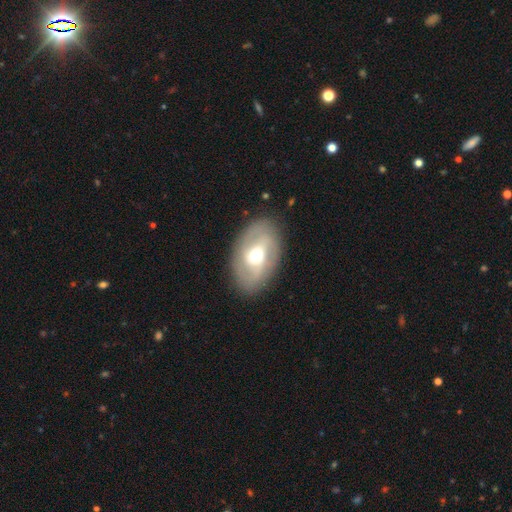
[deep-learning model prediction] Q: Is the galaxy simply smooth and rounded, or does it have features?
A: featured or disk — 62%.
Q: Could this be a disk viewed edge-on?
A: no — 93%.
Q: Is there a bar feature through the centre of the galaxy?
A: weak — 43%.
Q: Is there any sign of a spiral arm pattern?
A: yes — 62%.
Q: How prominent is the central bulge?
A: moderate — 63%.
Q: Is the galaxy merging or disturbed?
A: none — 83%.